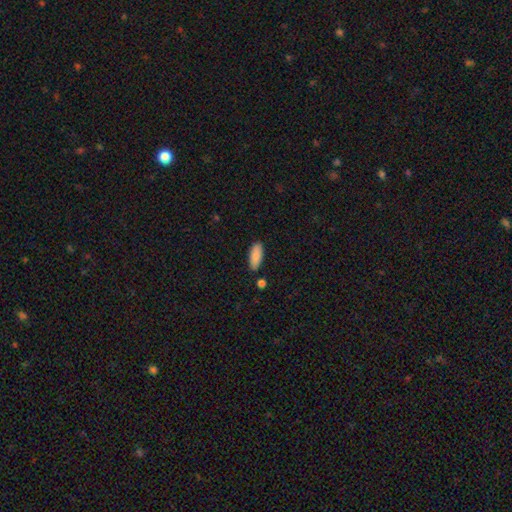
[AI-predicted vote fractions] smooth-or-featured: smooth: 89% | star or artifact: 6% | featured or disk: 5%
  how-rounded: in between: 82% | cigar-shaped: 17% | round: 2%
  merging: none: 85% | minor disturbance: 10% | merger: 3% | major disturbance: 2%